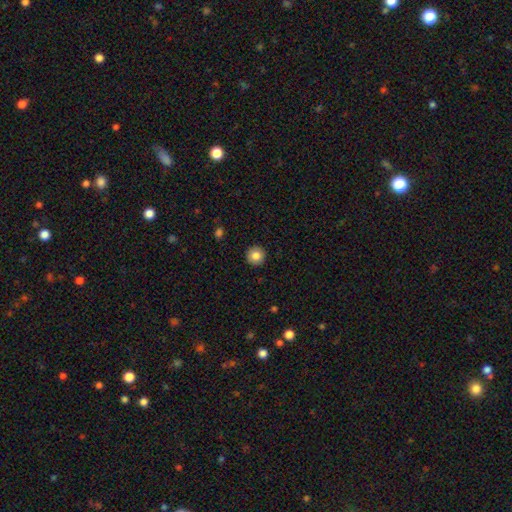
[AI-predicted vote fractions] Q: Smooth or featured?
A: smooth (85%); runner-up: star or artifact (9%)
Q: How rounded?
A: round (96%); runner-up: in between (3%)
Q: Merging?
A: none (93%); runner-up: minor disturbance (5%)